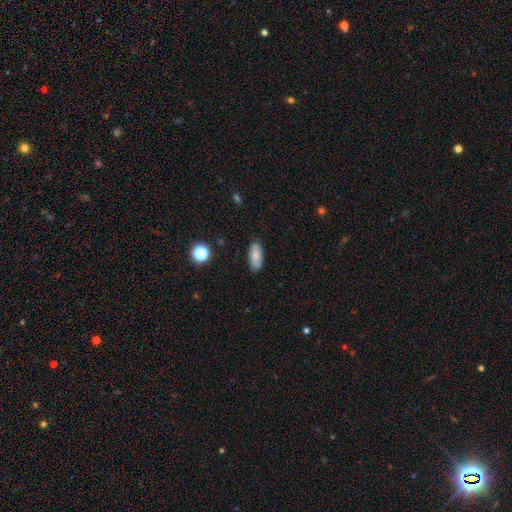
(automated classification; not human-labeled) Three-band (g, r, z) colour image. It shows a smooth galaxy with no disk features (74%) that is in between round and cigar-shaped (82%). Merging: none (82%).